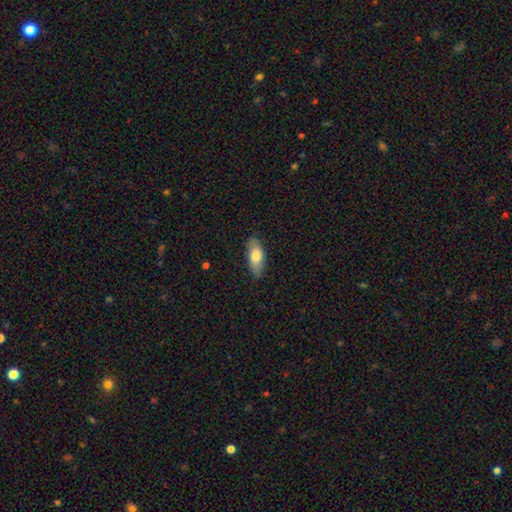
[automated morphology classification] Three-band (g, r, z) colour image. It shows a smooth galaxy with no disk features (78%) that is in between round and cigar-shaped (80%). Merging: none (83%).